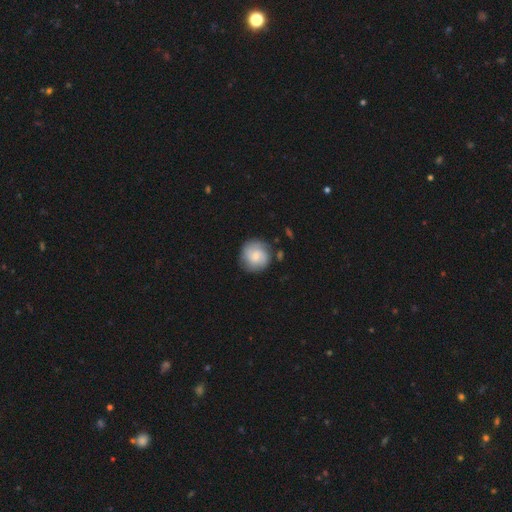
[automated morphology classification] Overall: smooth (58%; featured or disk 35%). How rounded: round (91%). Merging: none (77%).